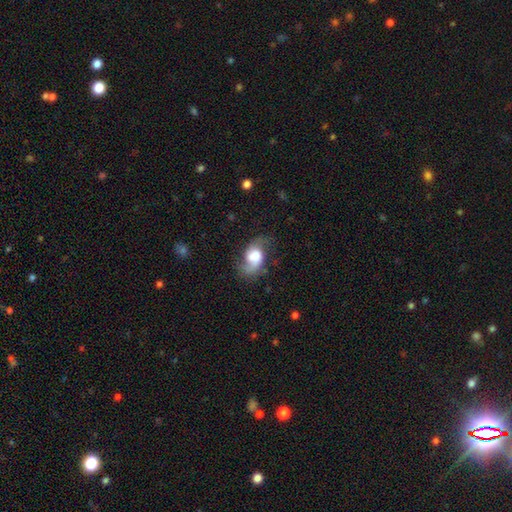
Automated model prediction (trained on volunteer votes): Smooth or featured?
  - featured or disk: 67% *
  - smooth: 26%
  - star or artifact: 8%
Edge-on disk?
  - no: 96% *
  - yes: 4%
Bar?
  - no: 56% *
  - weak: 35%
  - strong: 9%
Spiral arms?
  - yes: 91% *
  - no: 9%
Spiral winding?
  - loose: 57% *
  - medium: 33%
  - tight: 9%
Spiral arm count?
  - 2: 77% *
  - 1: 17%
  - can't tell: 4%
  - 3: 1%
  - 4: 1%
  - more than 4: 1%
Bulge size?
  - large: 44% *
  - moderate: 34%
  - dominant: 9%
  - small: 9%
  - none: 4%
Merging?
  - none: 58% *
  - minor disturbance: 24%
  - major disturbance: 16%
  - merger: 3%